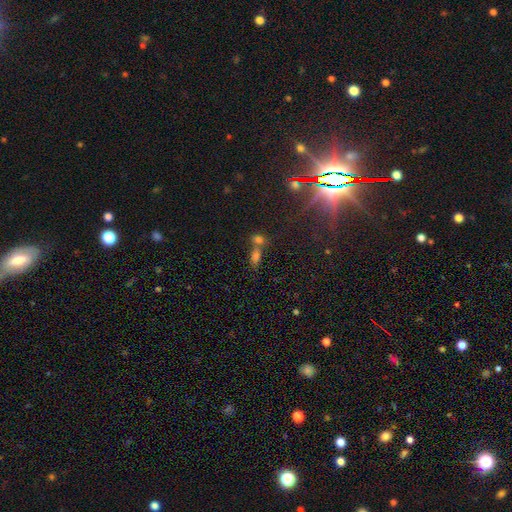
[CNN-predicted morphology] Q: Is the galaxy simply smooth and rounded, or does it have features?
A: smooth — 50%.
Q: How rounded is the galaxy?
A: in between — 68%.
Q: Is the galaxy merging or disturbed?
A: merger — 49%.